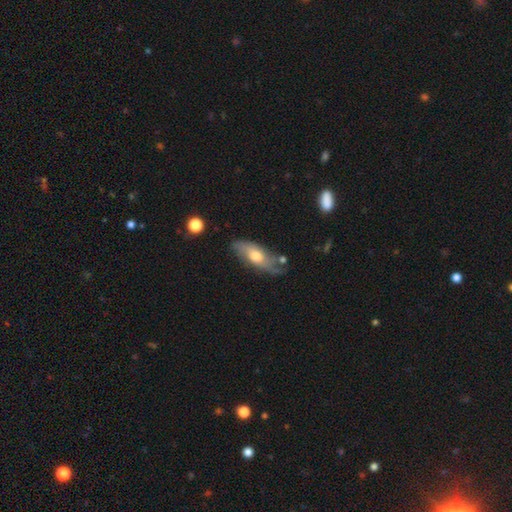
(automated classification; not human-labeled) This is possibly a smooth galaxy (48%). Merging: possibly none (57%).